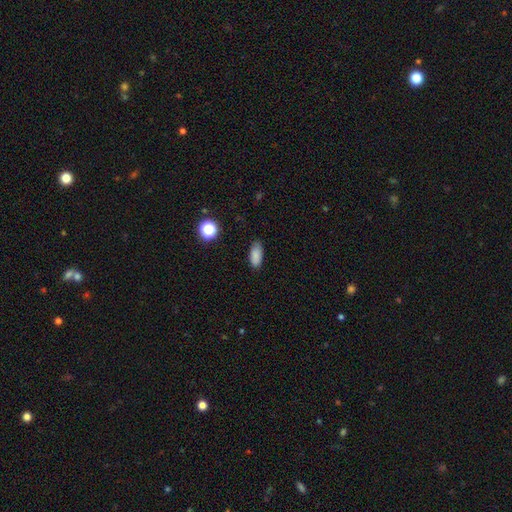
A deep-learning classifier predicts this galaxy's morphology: smooth-or-featured: smooth: 85% | star or artifact: 10% | featured or disk: 5%
  how-rounded: in between: 84% | cigar-shaped: 13% | round: 4%
  merging: none: 84% | minor disturbance: 12% | major disturbance: 3% | merger: 1%